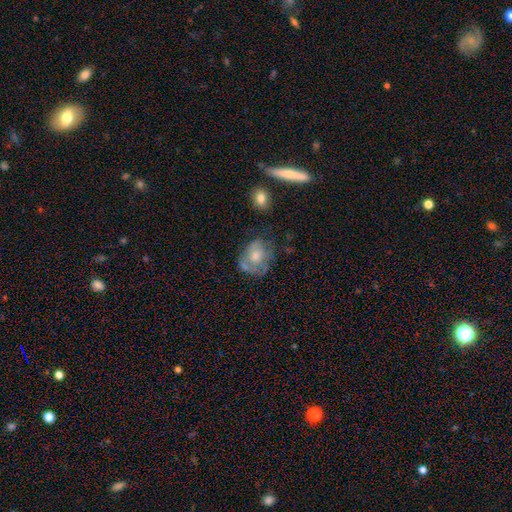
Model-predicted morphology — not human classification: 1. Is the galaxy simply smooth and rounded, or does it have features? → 48% smooth, 43% featured or disk, 9% star or artifact.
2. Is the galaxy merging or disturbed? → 43% none, 28% minor disturbance, 23% major disturbance, 6% merger.